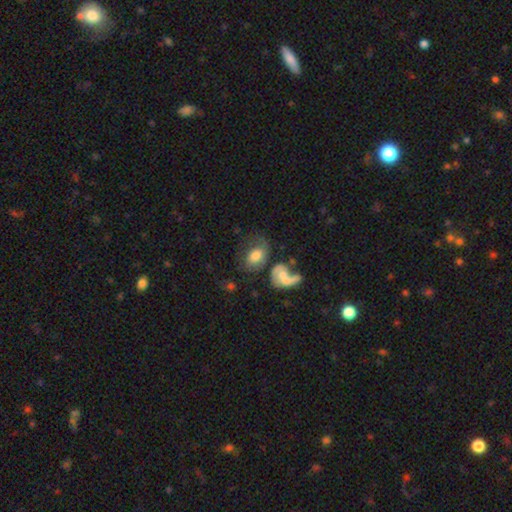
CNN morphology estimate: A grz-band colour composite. It shows a smooth galaxy with no disk features (63%) that is in between round and cigar-shaped (78%). Merging: none (33%).